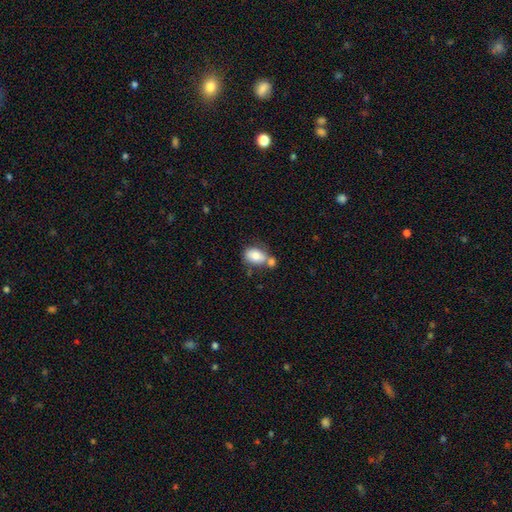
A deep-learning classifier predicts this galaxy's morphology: This appears to be a smooth galaxy with no disk features (77%) that is in between round and cigar-shaped (81%). Merging: none (41%).